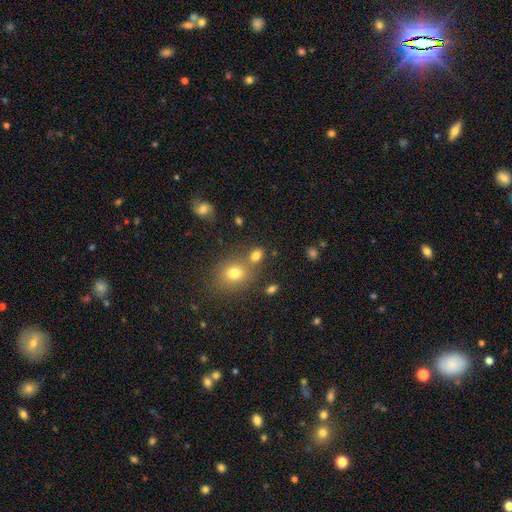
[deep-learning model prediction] smooth 77%, star or artifact 15%, featured or disk 8%. Down the decision tree: how rounded — in between (58%); merging — none (57%).